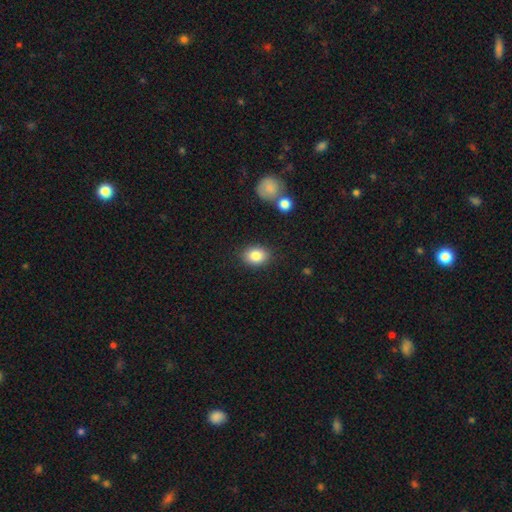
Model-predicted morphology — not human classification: Smooth or featured? Predicted: smooth (p=0.85). How rounded? Predicted: in between (p=0.62). Merging? Predicted: none (p=0.86).